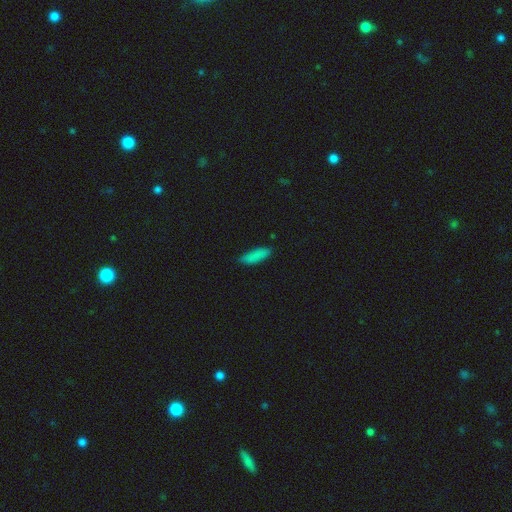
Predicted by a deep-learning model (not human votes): smooth-or-featured: smooth: 86% | star or artifact: 8% | featured or disk: 6%
  how-rounded: in between: 50% | cigar-shaped: 48% | round: 2%
  merging: none: 80% | minor disturbance: 16% | major disturbance: 3% | merger: 1%